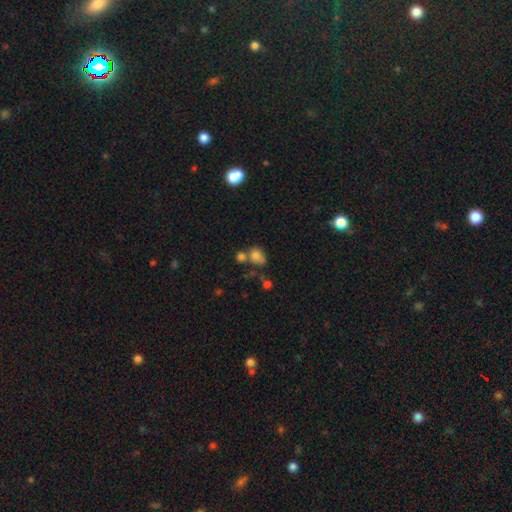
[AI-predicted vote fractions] Overall: smooth (75%). How rounded: in between (49%, tied with round). Merging: none (41%; merger 34%).